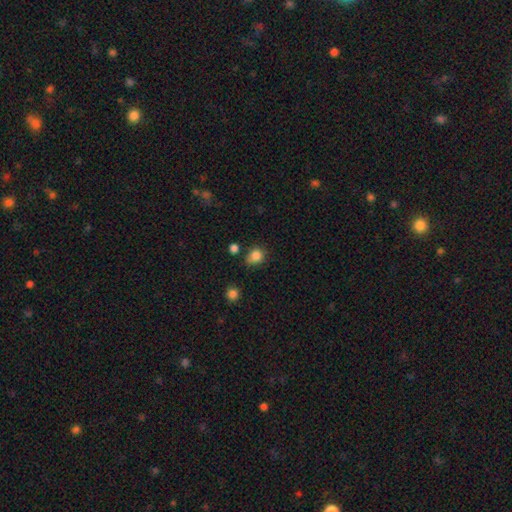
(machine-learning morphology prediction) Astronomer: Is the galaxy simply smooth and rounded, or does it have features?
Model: smooth — 84%.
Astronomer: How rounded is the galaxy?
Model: round — 69%.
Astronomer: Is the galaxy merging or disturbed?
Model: none — 65%.